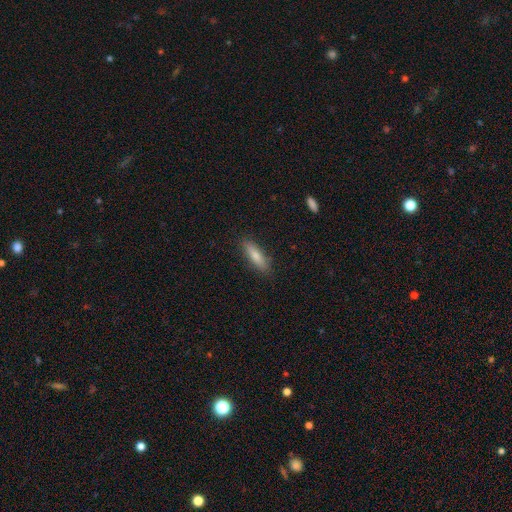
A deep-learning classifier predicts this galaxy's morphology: type=smooth (78%); roundness=cigar-shaped (61%); merging=none (86%).